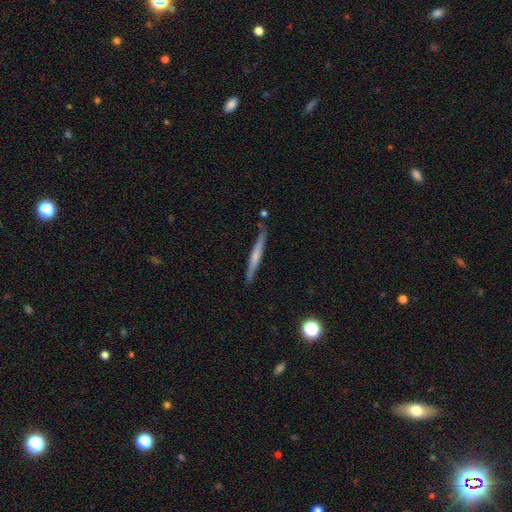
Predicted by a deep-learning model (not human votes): This appears to be a featured or disk galaxy (47%). Merging: none (84%).